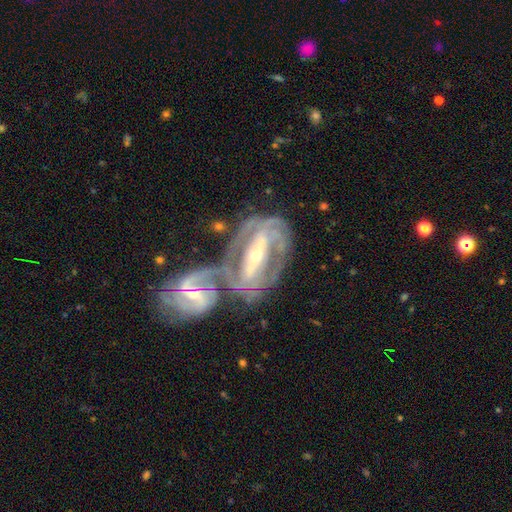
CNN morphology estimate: Q: Smooth or featured?
A: featured or disk (88%); runner-up: smooth (6%)
Q: Edge-on disk?
A: no (94%); runner-up: yes (6%)
Q: Bar?
A: strong (62%); runner-up: weak (25%)
Q: Spiral arms?
A: yes (92%); runner-up: no (8%)
Q: Spiral winding?
A: tight (59%); runner-up: medium (32%)
Q: Spiral arm count?
A: 2 (44%); runner-up: can't tell (28%)
Q: Bulge size?
A: small (58%); runner-up: moderate (38%)
Q: Merging?
A: merger (59%); runner-up: none (22%)